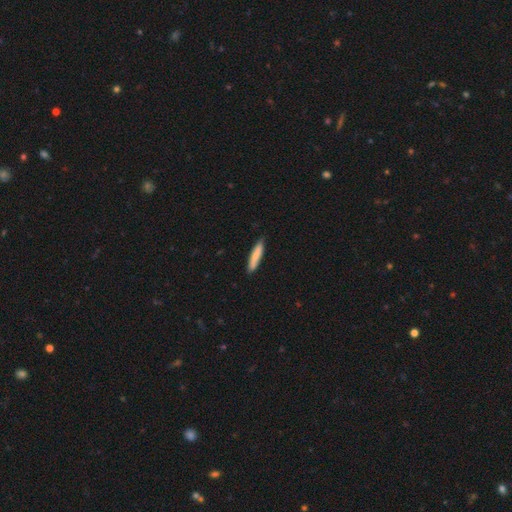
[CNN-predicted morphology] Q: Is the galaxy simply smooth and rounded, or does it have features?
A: smooth — 81%.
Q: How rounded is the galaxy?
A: cigar-shaped — 88%.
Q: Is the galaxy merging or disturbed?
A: none — 82%.